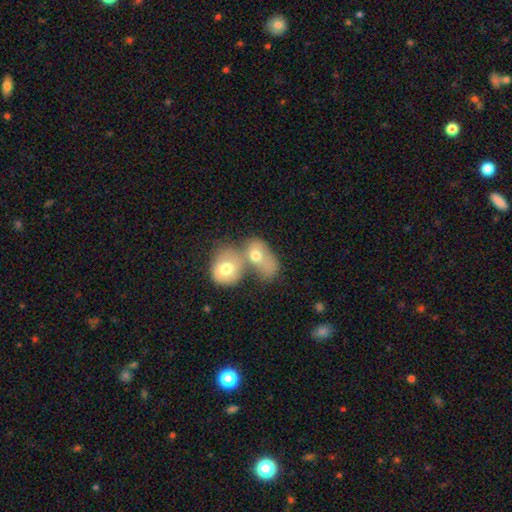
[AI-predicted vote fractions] A smooth galaxy with no disk features (68%) that is in between round and cigar-shaped (61%).

Vote fractions:
- Smooth or featured? smooth: 68% / featured or disk: 24% / star or artifact: 8%
- How rounded? in between: 61% / round: 37% / cigar-shaped: 2%
- Merging? merger: 74% / none: 13% / minor disturbance: 7% / major disturbance: 6%